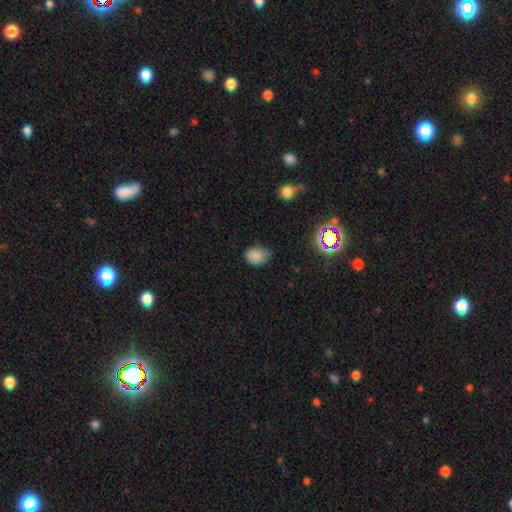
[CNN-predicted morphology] smooth 81%, star or artifact 13%, featured or disk 6%. Down the decision tree: how rounded — in between (66%); merging — none (60%).